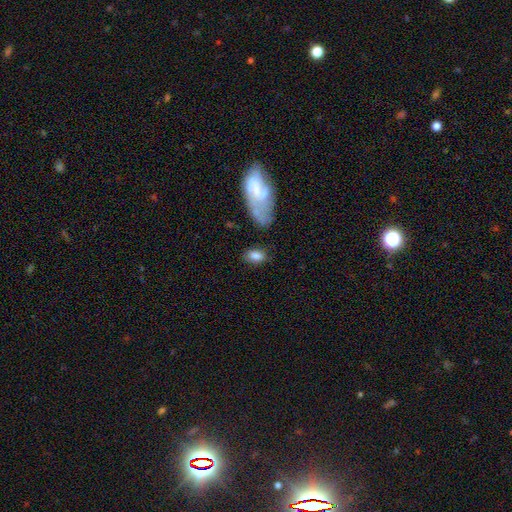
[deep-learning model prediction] Smooth or featured? smooth (81%)
How rounded? in between (91%)
Merging? none (70%)